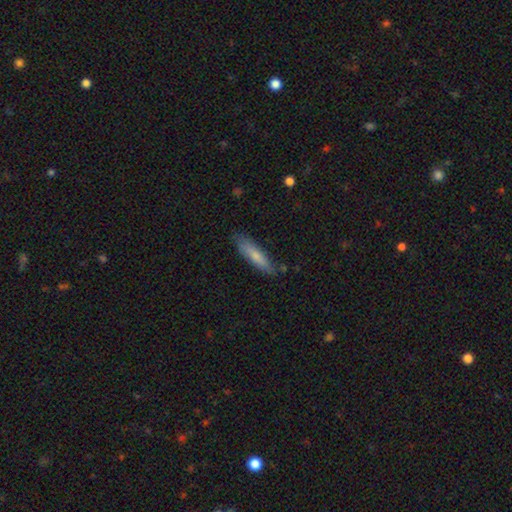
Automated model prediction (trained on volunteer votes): smooth 73%, featured or disk 21%, star or artifact 6%. Down the decision tree: how rounded — cigar-shaped (77%); merging — none (79%).